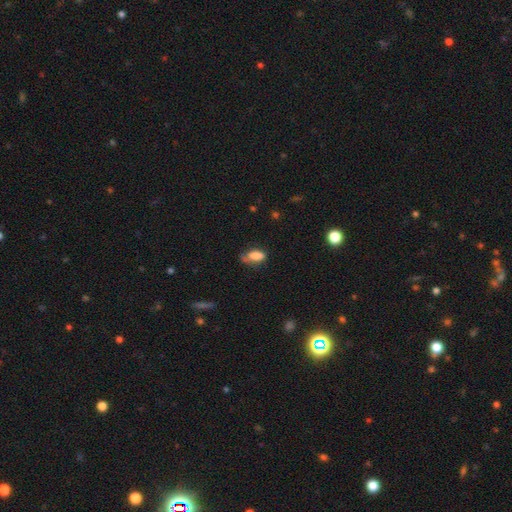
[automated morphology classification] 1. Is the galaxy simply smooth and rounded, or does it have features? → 78% smooth, 13% featured or disk, 9% star or artifact.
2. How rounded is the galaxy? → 86% in between, 10% cigar-shaped, 4% round.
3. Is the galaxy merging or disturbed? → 44% none, 35% minor disturbance, 18% major disturbance, 4% merger.